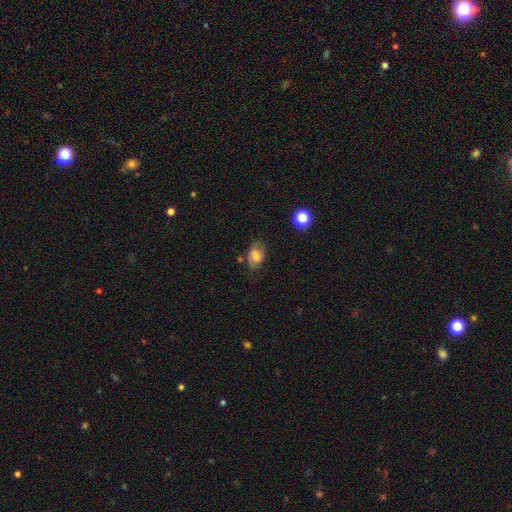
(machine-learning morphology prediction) This is likely a smooth galaxy (67%). How rounded: clearly in between (83%). Merging: likely none (67%).